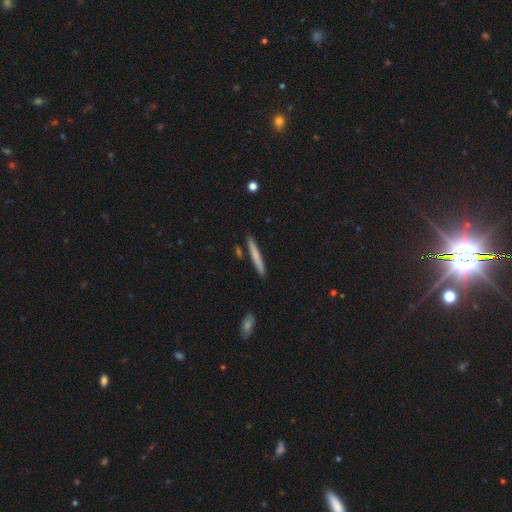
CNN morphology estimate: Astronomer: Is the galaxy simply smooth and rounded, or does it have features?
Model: smooth — 70%.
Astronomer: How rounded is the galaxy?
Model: cigar-shaped — 96%.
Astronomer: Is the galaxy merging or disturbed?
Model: none — 89%.